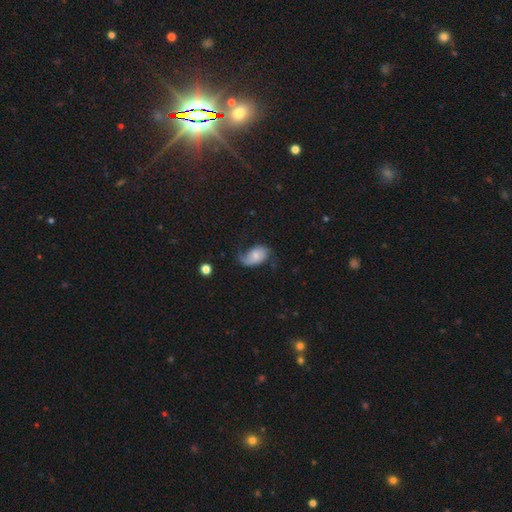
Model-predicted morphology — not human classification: This appears to be a smooth galaxy with no disk features (48%). Merging: none (36%).